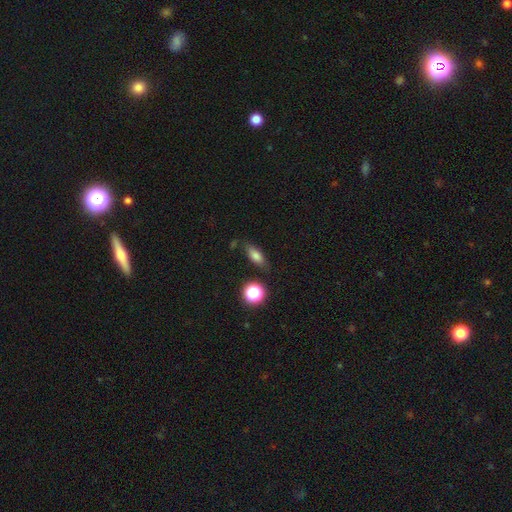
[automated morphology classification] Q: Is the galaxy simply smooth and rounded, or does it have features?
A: smooth — 76%.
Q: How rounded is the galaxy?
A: in between — 70%.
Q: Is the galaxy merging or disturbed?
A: none — 76%.